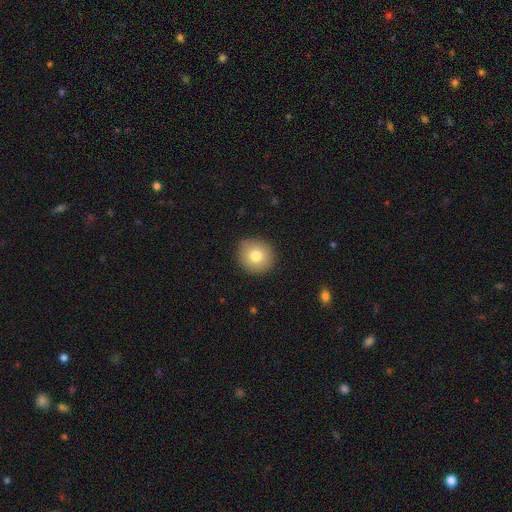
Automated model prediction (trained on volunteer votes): A smooth galaxy with no disk features (78%) that is round (91%). Merging: none (89%).